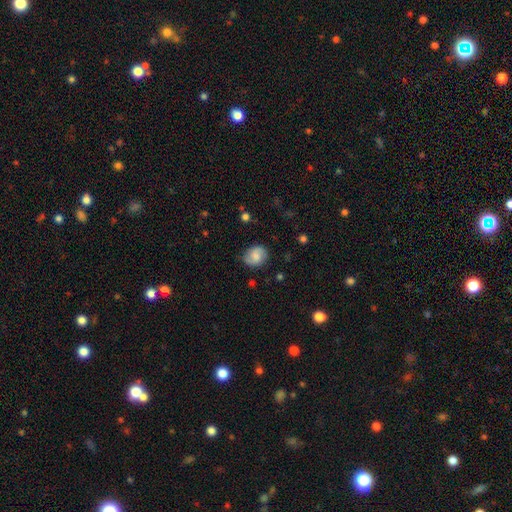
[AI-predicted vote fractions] This appears to be a smooth galaxy with no disk features (58%) that is round (63%). Merging: none (76%).